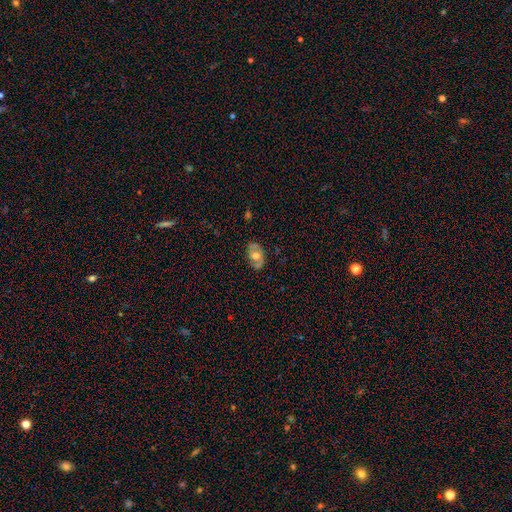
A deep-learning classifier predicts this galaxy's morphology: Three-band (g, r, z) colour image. It shows a featured or disk galaxy (47%). Merging: none (74%).